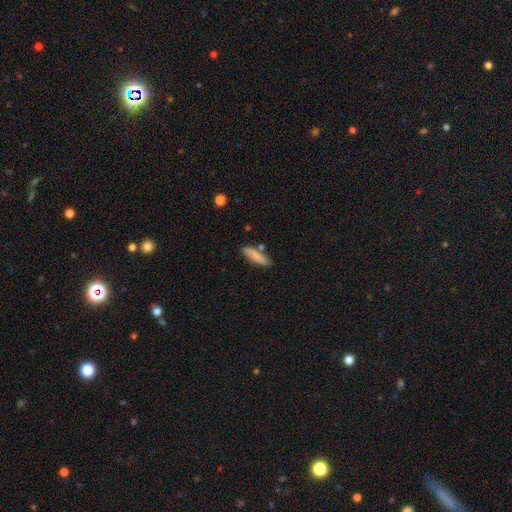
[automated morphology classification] This appears to be a smooth galaxy with no disk features (80%) that is cigar-shaped (67%). Merging: none (77%).